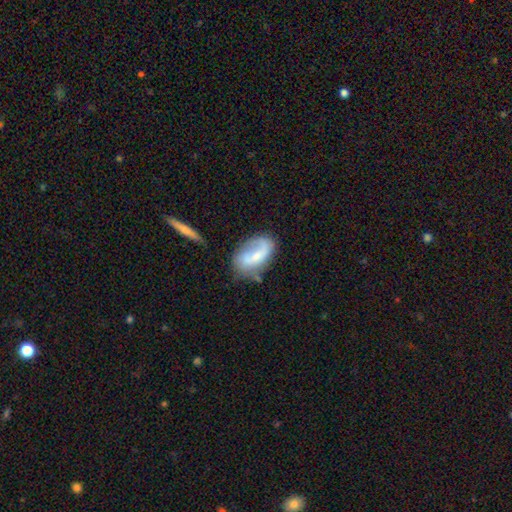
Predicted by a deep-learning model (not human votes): smooth 49%, featured or disk 44%, star or artifact 7%. Down the decision tree: merging — none (48%).